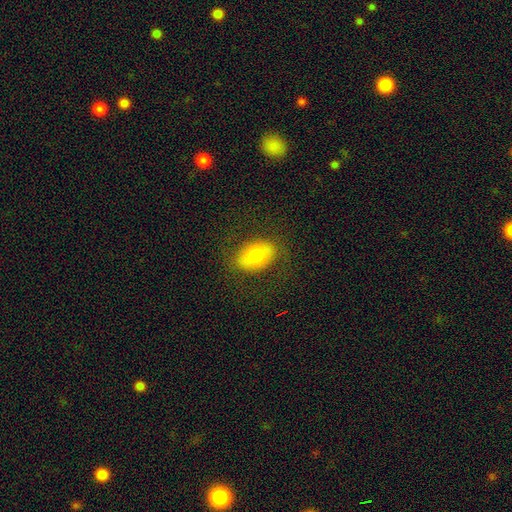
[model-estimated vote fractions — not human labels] Q: Smooth or featured?
A: smooth (72%); runner-up: featured or disk (19%)
Q: How rounded?
A: in between (80%); runner-up: round (19%)
Q: Merging?
A: none (82%); runner-up: minor disturbance (12%)